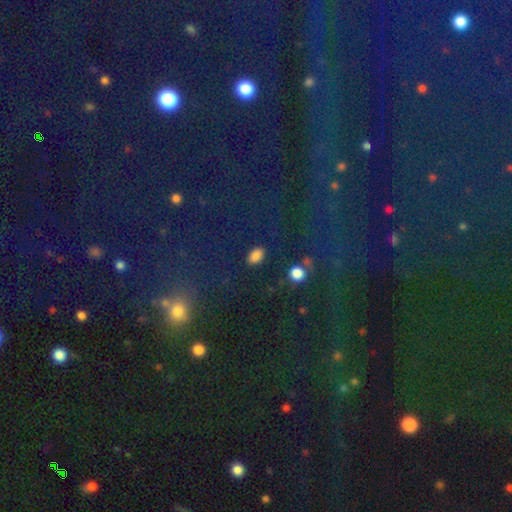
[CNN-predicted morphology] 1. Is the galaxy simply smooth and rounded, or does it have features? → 82% smooth, 14% star or artifact, 5% featured or disk.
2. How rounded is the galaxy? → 87% in between, 11% round, 2% cigar-shaped.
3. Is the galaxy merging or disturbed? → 87% none, 9% minor disturbance, 3% major disturbance, 2% merger.